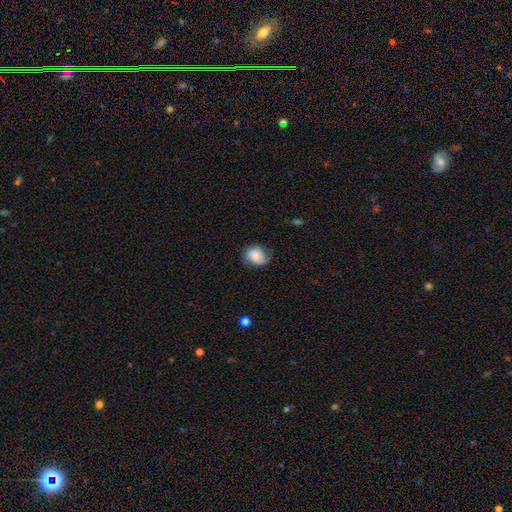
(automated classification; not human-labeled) Smooth or featured?
  - smooth: 73% *
  - featured or disk: 19%
  - star or artifact: 8%
How rounded?
  - round: 57% *
  - in between: 42%
  - cigar-shaped: 1%
Merging?
  - none: 64% *
  - minor disturbance: 27%
  - major disturbance: 7%
  - merger: 1%